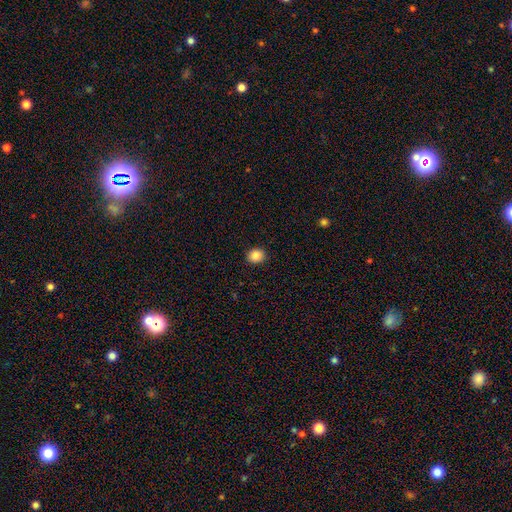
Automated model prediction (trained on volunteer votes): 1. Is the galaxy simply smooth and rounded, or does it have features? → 87% smooth, 10% star or artifact, 4% featured or disk.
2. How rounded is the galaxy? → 71% round, 28% in between, 1% cigar-shaped.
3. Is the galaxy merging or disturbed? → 91% none, 6% minor disturbance, 2% major disturbance, 1% merger.